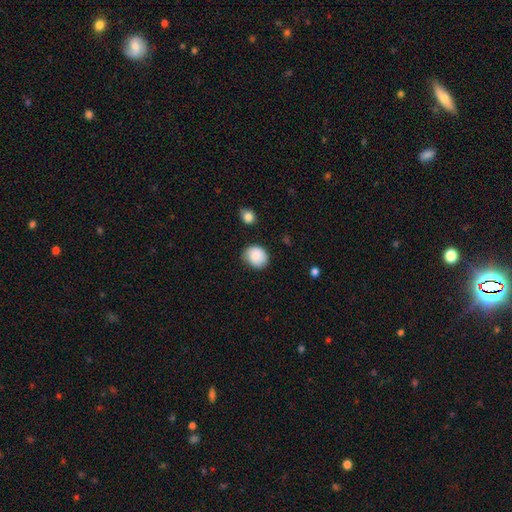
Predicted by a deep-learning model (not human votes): smooth-or-featured: smooth: 84% | featured or disk: 8% | star or artifact: 8%
  how-rounded: round: 67% | in between: 32% | cigar-shaped: 1%
  merging: none: 71% | minor disturbance: 23% | major disturbance: 4% | merger: 2%